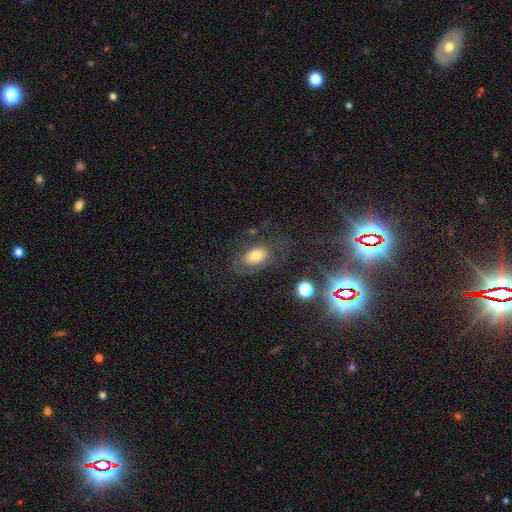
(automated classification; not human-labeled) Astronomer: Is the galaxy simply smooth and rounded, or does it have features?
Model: smooth — 58%.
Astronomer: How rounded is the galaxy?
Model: in between — 90%.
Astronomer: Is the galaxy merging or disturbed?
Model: none — 59%.